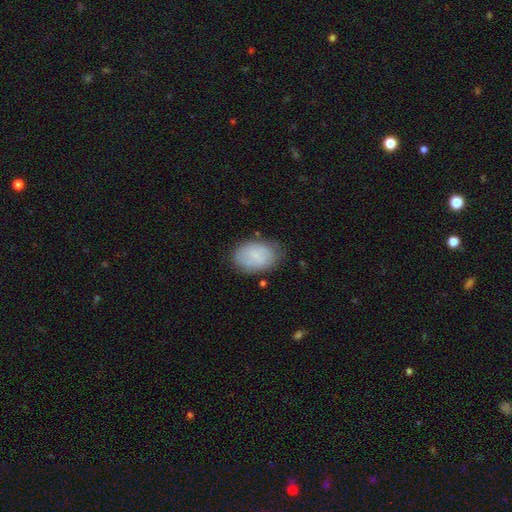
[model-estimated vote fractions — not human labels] Smooth or featured? Predicted: smooth (p=0.65). How rounded? Predicted: in between (p=0.81). Merging? Predicted: none (p=0.72).